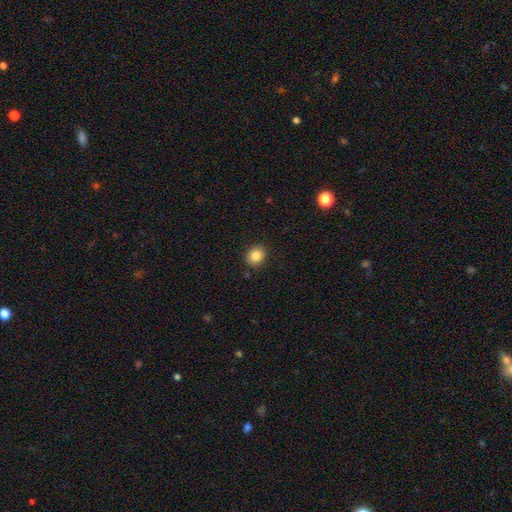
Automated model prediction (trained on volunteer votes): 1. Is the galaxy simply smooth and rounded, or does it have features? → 85% smooth, 10% star or artifact, 6% featured or disk.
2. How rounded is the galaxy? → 66% round, 33% in between, 1% cigar-shaped.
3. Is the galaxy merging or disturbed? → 89% none, 7% minor disturbance, 2% major disturbance, 1% merger.